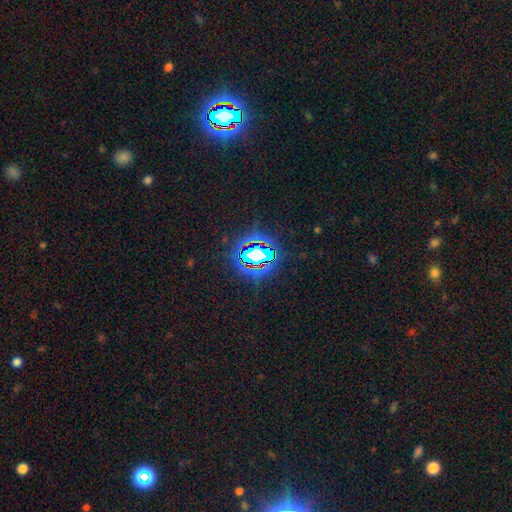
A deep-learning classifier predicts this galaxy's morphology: Smooth or featured? Predicted: star or artifact (p=0.72).